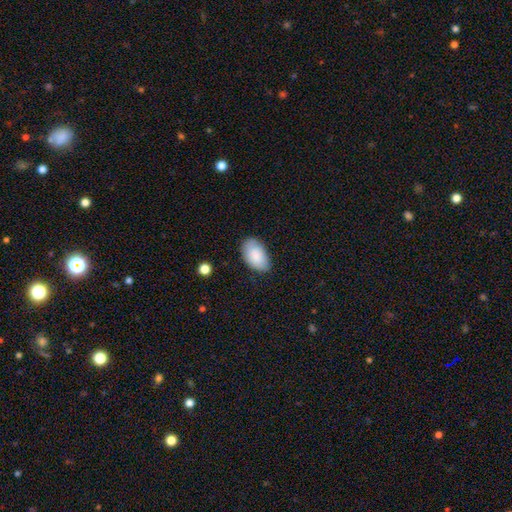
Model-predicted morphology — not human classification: Smooth or featured?
  - smooth: 85% *
  - featured or disk: 8%
  - star or artifact: 6%
How rounded?
  - in between: 94% *
  - round: 5%
  - cigar-shaped: 1%
Merging?
  - none: 76% *
  - minor disturbance: 19%
  - major disturbance: 4%
  - merger: 1%